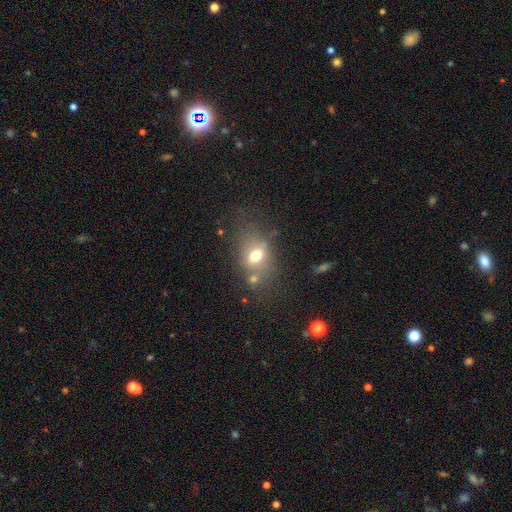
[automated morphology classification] A smooth galaxy with no disk features (59%) that is in between round and cigar-shaped (70%). Merging: none (55%).